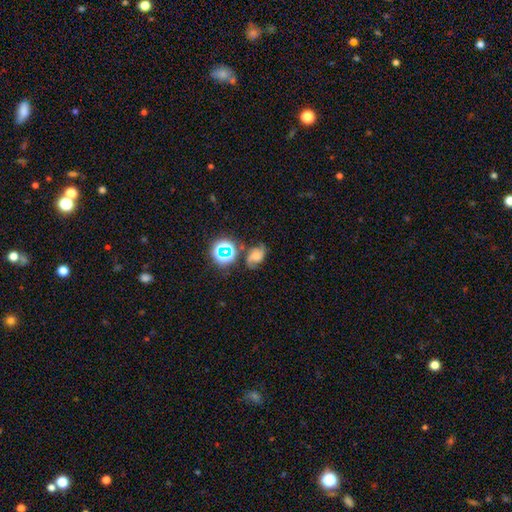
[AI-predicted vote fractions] Overall: featured or disk (55%; smooth 27%). Edge-on disk: no (97%). Bar: no (61%; weak 30%). Spiral arms: yes (92%). Bulge size: moderate (32%; small 30%). Merging: none (60%; minor disturbance 22%).